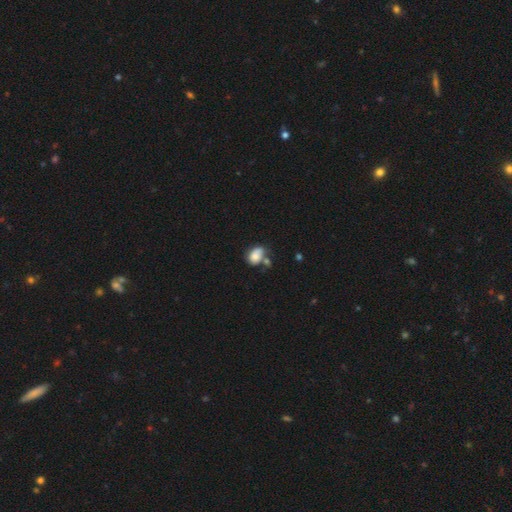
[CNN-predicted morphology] smooth 74%, featured or disk 17%, star or artifact 9%. Down the decision tree: how rounded — in between (77%); merging — merger (34%).